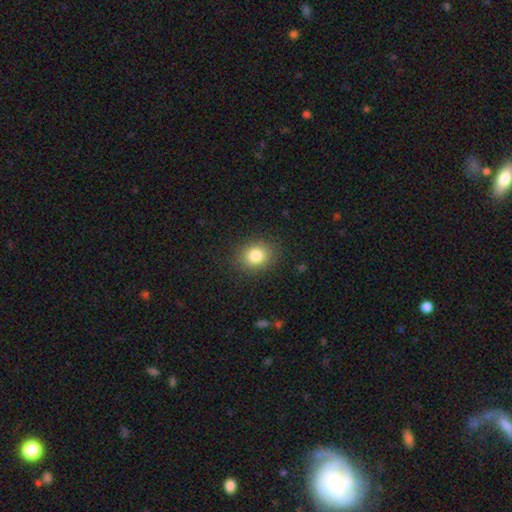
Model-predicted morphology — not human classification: smooth_or_featured: smooth (p=0.82) [alt: star or artifact p=0.11]
how_rounded: round (p=0.63) [alt: in between p=0.36]
merging: none (p=0.87) [alt: minor disturbance p=0.09]